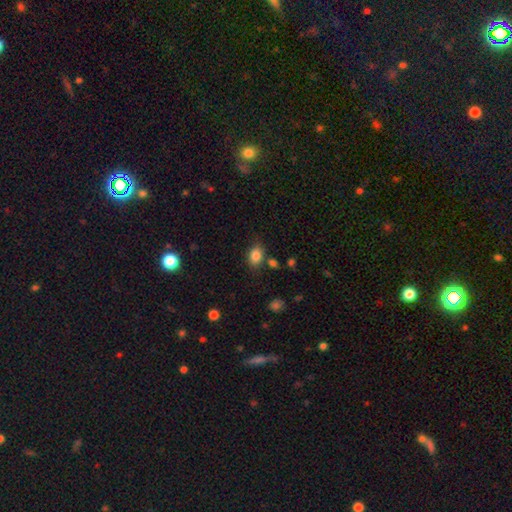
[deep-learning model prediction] Smooth or featured? Predicted: smooth (p=0.84). How rounded? Predicted: in between (p=0.78). Merging? Predicted: none (p=0.75).